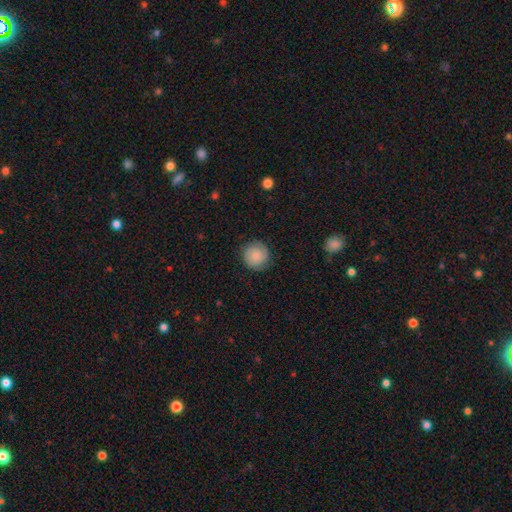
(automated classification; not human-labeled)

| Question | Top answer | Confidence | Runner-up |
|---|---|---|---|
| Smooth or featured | smooth | 76% | featured or disk (16%) |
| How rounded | round | 94% | in between (5%) |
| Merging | none | 85% | minor disturbance (11%) |